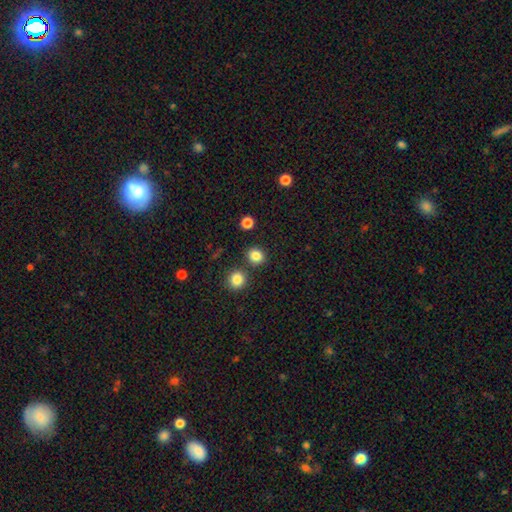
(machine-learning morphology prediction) smooth_or_featured: smooth (p=0.84) [alt: star or artifact p=0.12]
how_rounded: round (p=0.80) [alt: in between p=0.19]
merging: none (p=0.81) [alt: merger p=0.08]